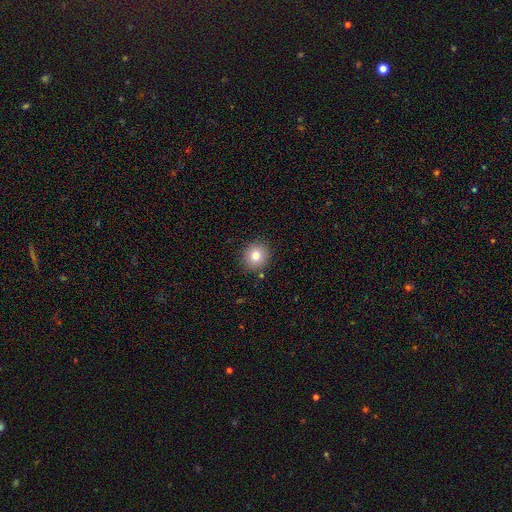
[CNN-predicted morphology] The model was most divided on "smooth or featured": smooth: 81%, star or artifact: 11%, featured or disk: 8%. More confident: merging — none (89%); how rounded — round (87%).